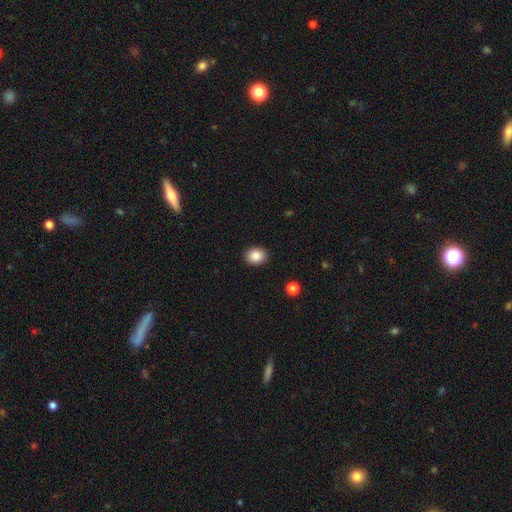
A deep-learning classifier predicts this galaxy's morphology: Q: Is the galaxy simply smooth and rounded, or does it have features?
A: smooth — 87%.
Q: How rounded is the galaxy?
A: round — 53%.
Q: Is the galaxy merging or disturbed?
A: none — 91%.